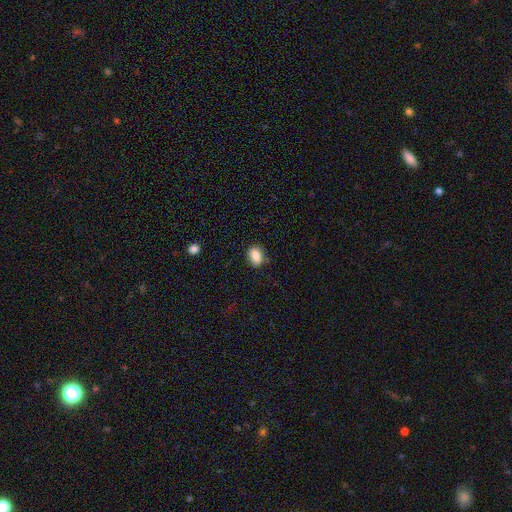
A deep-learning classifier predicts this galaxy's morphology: smooth 85%, star or artifact 8%, featured or disk 6%. Down the decision tree: how rounded — in between (74%); merging — none (81%).